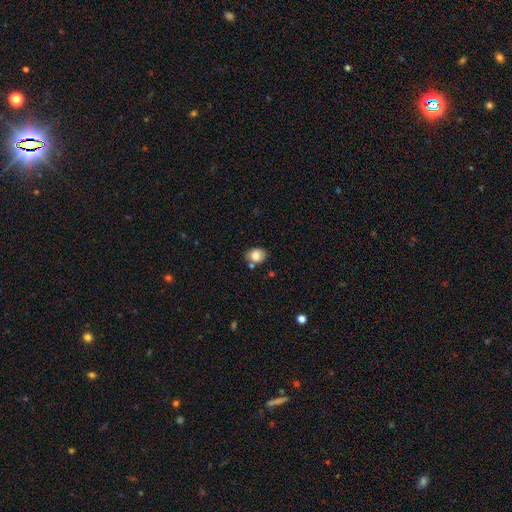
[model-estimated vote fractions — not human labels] Q: Smooth or featured?
A: smooth (82%); runner-up: star or artifact (9%)
Q: How rounded?
A: in between (51%); runner-up: round (48%)
Q: Merging?
A: none (67%); runner-up: minor disturbance (17%)